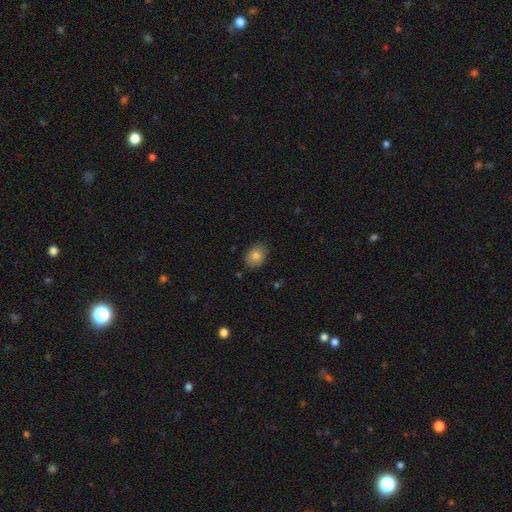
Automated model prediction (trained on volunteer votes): Smooth or featured? Predicted: smooth (p=0.82). How rounded? Predicted: in between (p=0.63). Merging? Predicted: none (p=0.84).